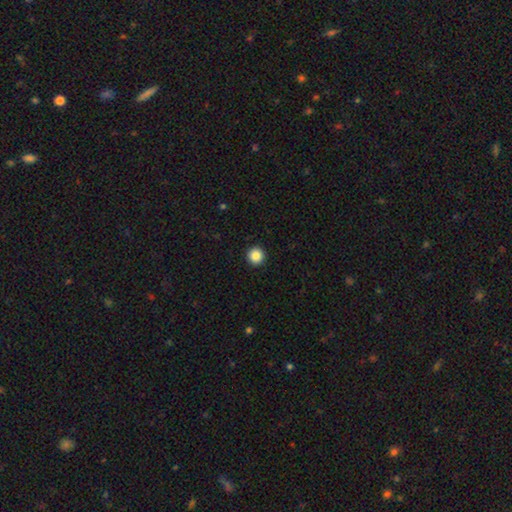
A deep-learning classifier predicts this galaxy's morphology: The model was most divided on "smooth or featured": smooth: 87%, star or artifact: 10%, featured or disk: 3%. More confident: how rounded — round (96%); merging — none (94%).